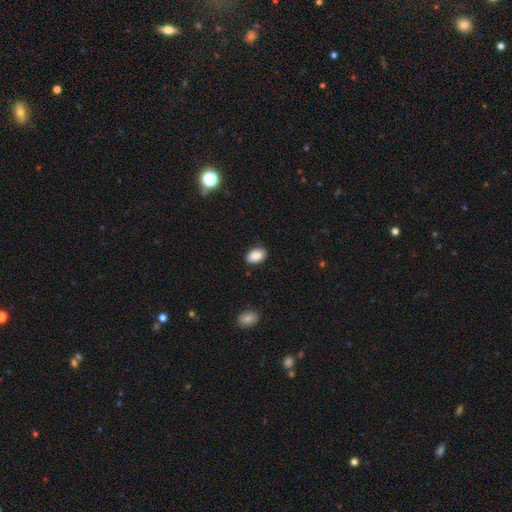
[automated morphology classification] Overall: smooth (88%). How rounded: in between (90%). Merging: none (87%).